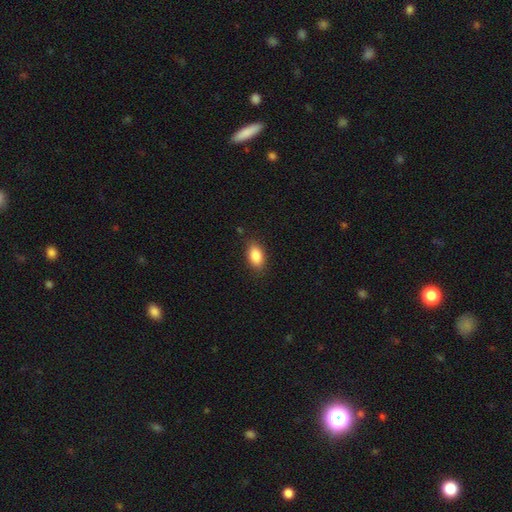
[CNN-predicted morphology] smooth-or-featured: smooth: 86% | star or artifact: 7% | featured or disk: 6%
  how-rounded: in between: 91% | round: 6% | cigar-shaped: 3%
  merging: none: 86% | minor disturbance: 10% | major disturbance: 2% | merger: 1%